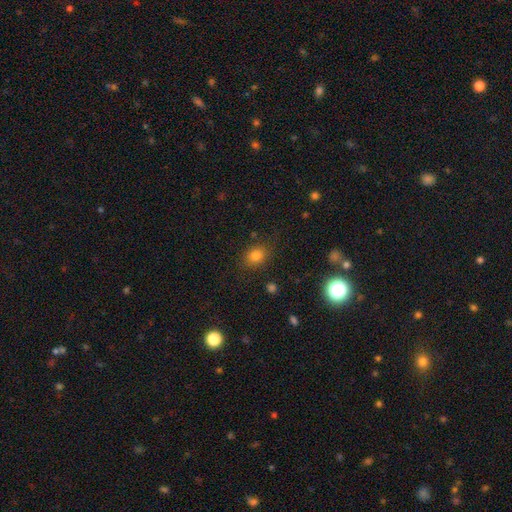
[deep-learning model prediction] Smooth or featured: smooth — 78% (star or artifact — 15%)
How rounded: round — 55% (in between — 44%)
Merging: none — 82% (minor disturbance — 12%)